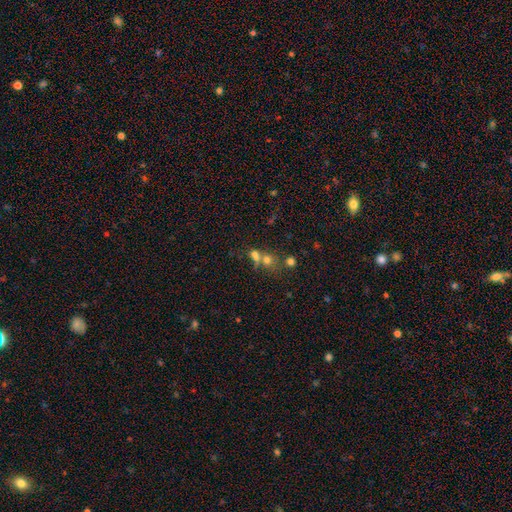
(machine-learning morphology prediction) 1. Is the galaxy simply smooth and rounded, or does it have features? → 64% smooth, 20% star or artifact, 16% featured or disk.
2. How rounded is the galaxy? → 71% round, 28% in between, 2% cigar-shaped.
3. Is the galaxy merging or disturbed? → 54% merger, 34% none, 7% minor disturbance, 5% major disturbance.